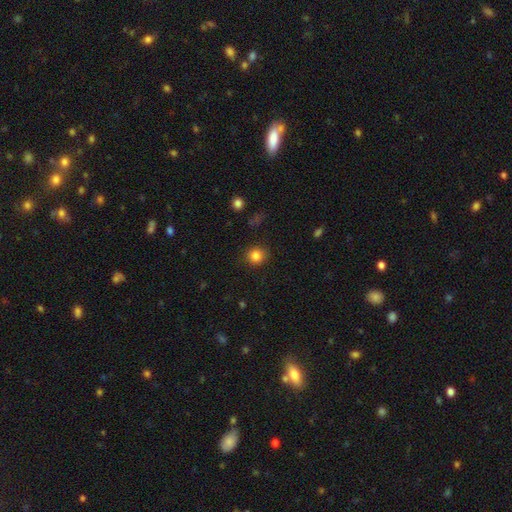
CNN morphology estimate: smooth_or_featured: smooth (p=0.84) [alt: star or artifact p=0.11]
how_rounded: round (p=0.86) [alt: in between p=0.13]
merging: none (p=0.87) [alt: minor disturbance p=0.09]